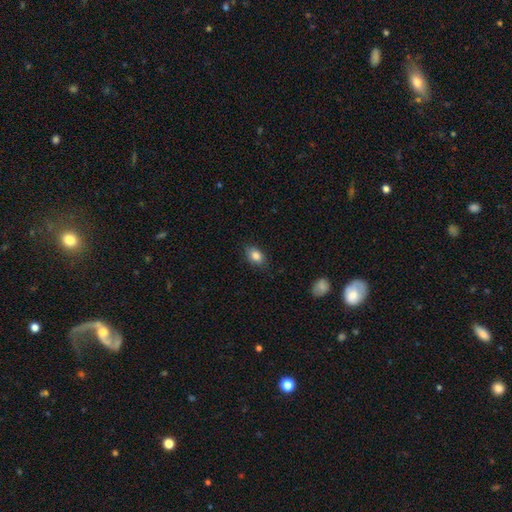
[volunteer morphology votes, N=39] Smooth or featured? smooth (82%)
How rounded? in between (88%)
Merging? none (87%)